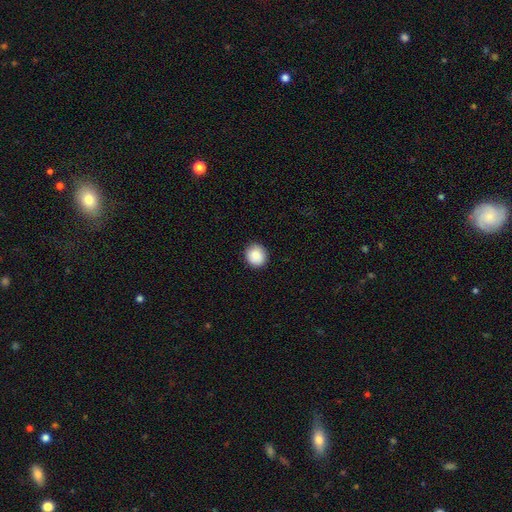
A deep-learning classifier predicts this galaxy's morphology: The model was most divided on "how rounded": round: 86%, in between: 13%, cigar-shaped: 1%. More confident: merging — none (90%); smooth or featured — smooth (89%).